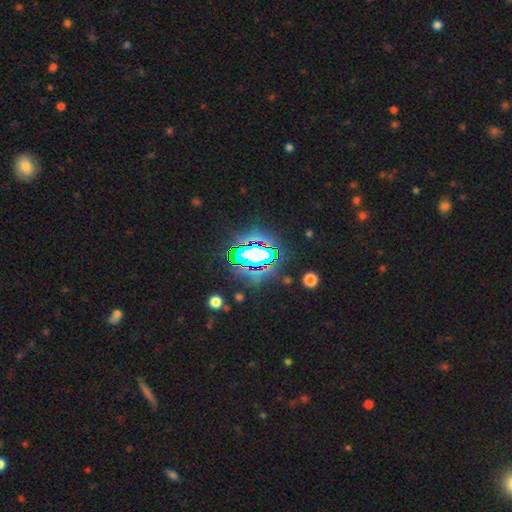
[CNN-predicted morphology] Overall: star or artifact (67%).